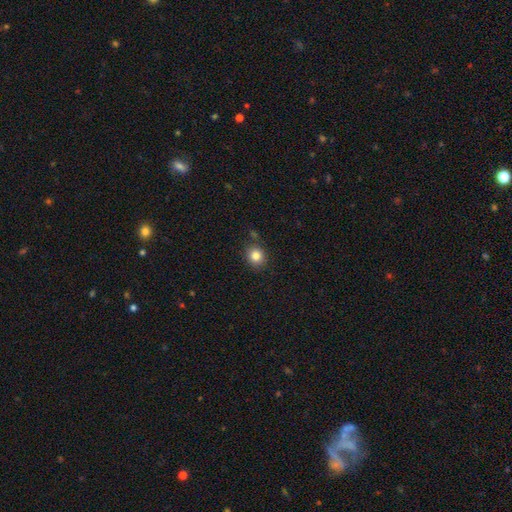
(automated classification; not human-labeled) This is clearly a smooth galaxy (84%). How rounded: likely round (78%). Merging: clearly none (83%).